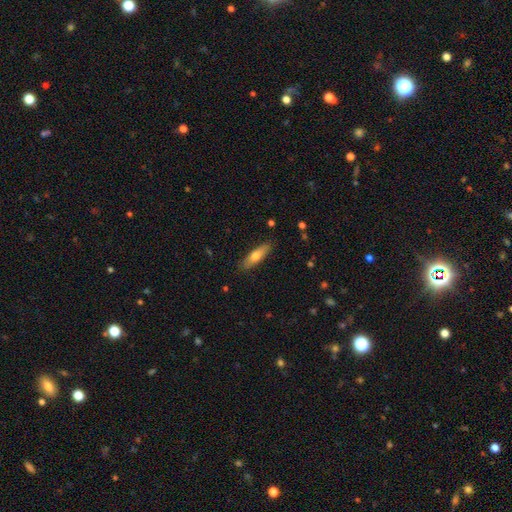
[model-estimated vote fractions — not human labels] A smooth galaxy with no disk features (66%) that is cigar-shaped (61%). Merging: none (87%).